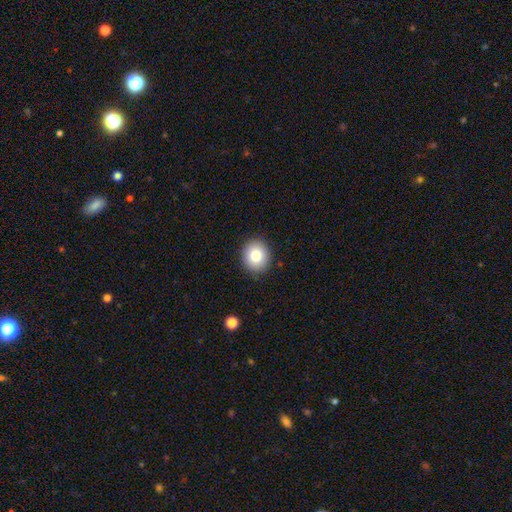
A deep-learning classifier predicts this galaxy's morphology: Smooth or featured? Predicted: smooth (p=0.83). How rounded? Predicted: round (p=0.78). Merging? Predicted: none (p=0.90).